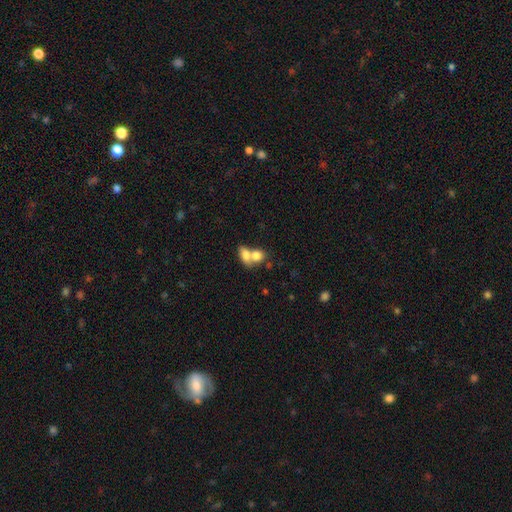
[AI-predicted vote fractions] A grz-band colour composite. It shows a smooth galaxy with no disk features (77%) that is in between round and cigar-shaped (61%). Merging: merger (69%).